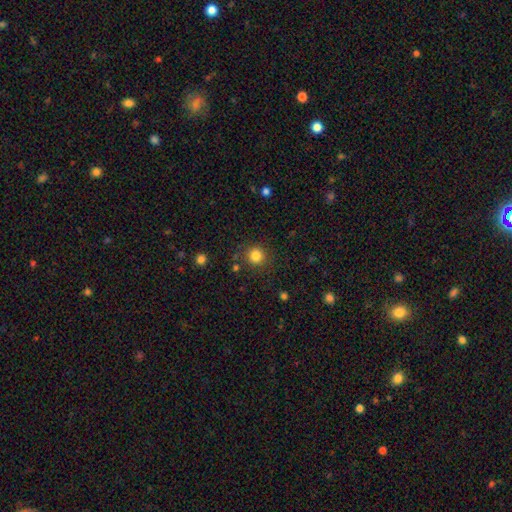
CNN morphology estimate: type=smooth (83%); roundness=round (92%); merging=none (86%).